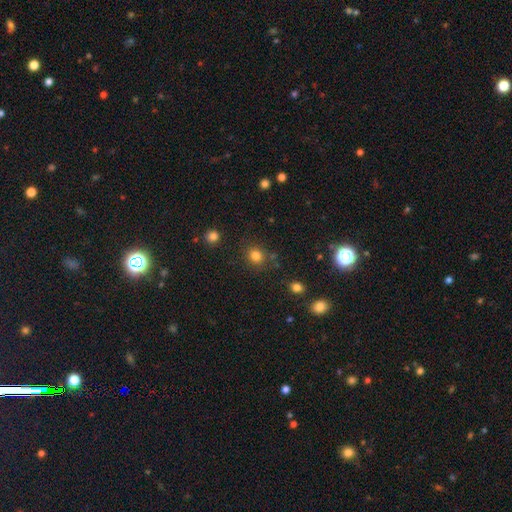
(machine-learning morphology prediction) type=smooth (81%); roundness=round (78%); merging=none (81%).